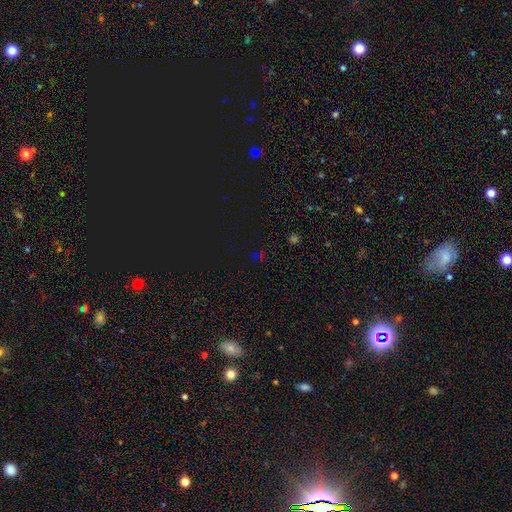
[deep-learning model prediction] A star or artifact, not a galaxy (71%).